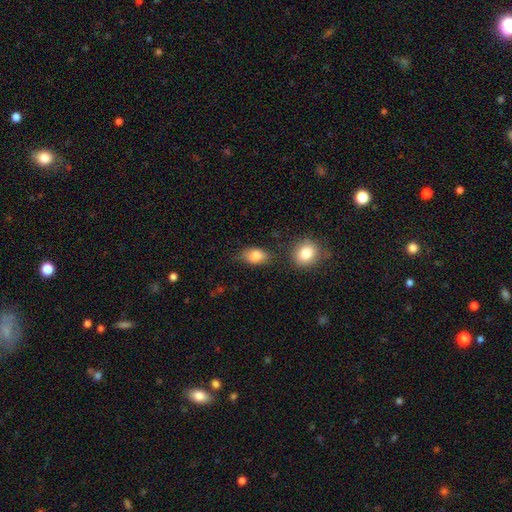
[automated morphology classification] Smooth or featured? Predicted: smooth (p=0.83). How rounded? Predicted: in between (p=0.84). Merging? Predicted: none (p=0.68).